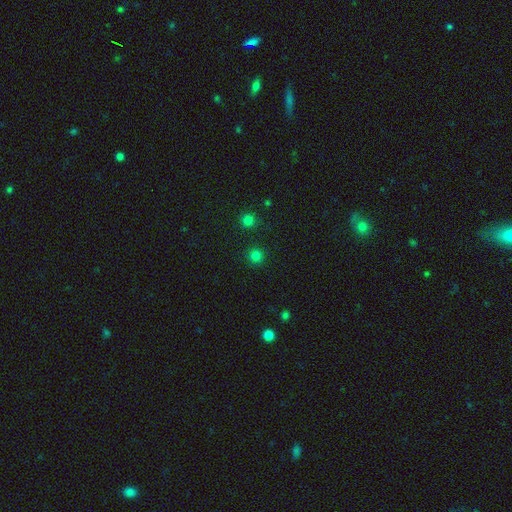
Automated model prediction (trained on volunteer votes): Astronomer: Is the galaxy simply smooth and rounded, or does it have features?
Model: smooth — 78%.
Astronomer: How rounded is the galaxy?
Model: round — 95%.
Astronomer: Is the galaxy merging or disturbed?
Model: none — 91%.